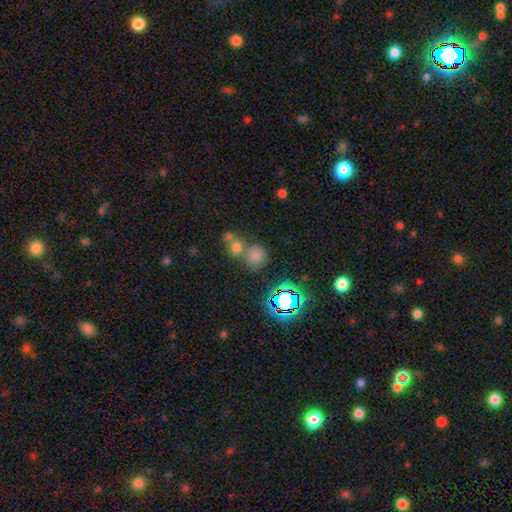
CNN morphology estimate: A smooth galaxy with no disk features (69%) that is round (85%).

Vote fractions:
- Smooth or featured? smooth: 69% / star or artifact: 23% / featured or disk: 8%
- How rounded? round: 85% / in between: 14% / cigar-shaped: 1%
- Merging? none: 52% / merger: 34% / minor disturbance: 9% / major disturbance: 4%